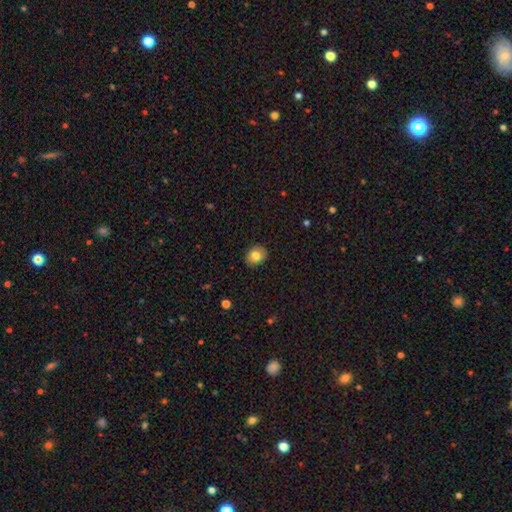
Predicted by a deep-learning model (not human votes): smooth-or-featured: smooth: 80% | featured or disk: 11% | star or artifact: 9%
  how-rounded: round: 59% | in between: 40% | cigar-shaped: 1%
  merging: none: 88% | minor disturbance: 9% | major disturbance: 2% | merger: 1%